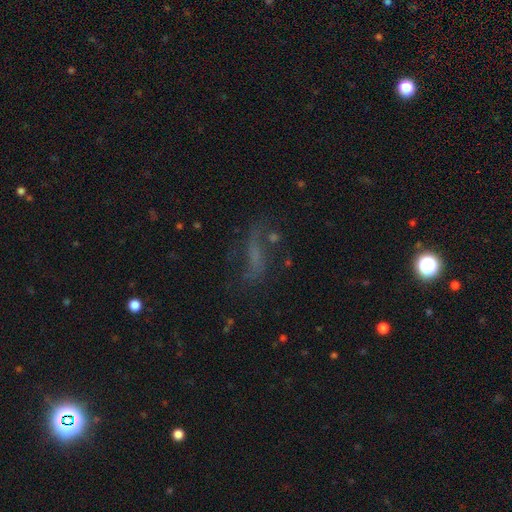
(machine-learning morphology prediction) type=featured or disk (43%); merging=none (53%).